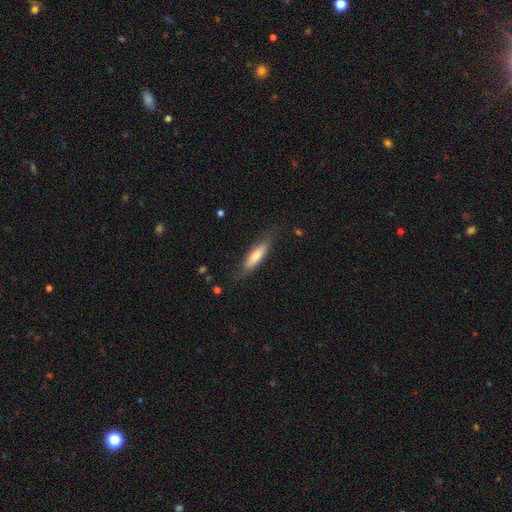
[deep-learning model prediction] A smooth galaxy with no disk features (66%) that is cigar-shaped (68%). Merging: none (80%).